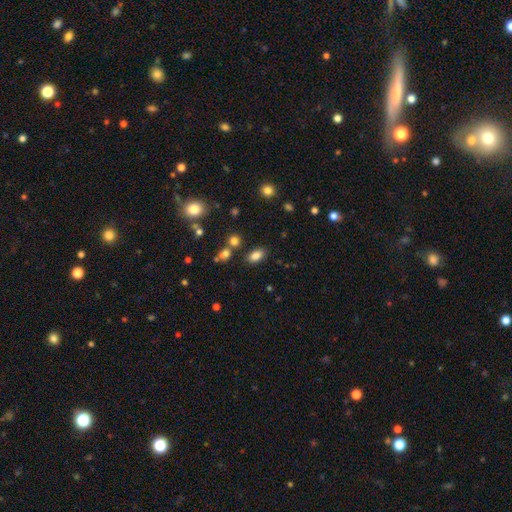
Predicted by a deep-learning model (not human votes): Smooth or featured?
  - smooth: 82% *
  - star or artifact: 11%
  - featured or disk: 6%
How rounded?
  - in between: 88% *
  - round: 10%
  - cigar-shaped: 2%
Merging?
  - none: 80% *
  - minor disturbance: 11%
  - merger: 6%
  - major disturbance: 3%